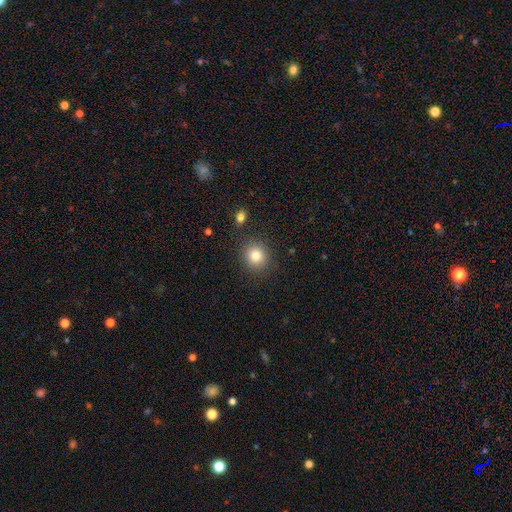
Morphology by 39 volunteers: smooth-or-featured: smooth: 82% | featured or disk: 10% | star or artifact: 8%
  how-rounded: round: 94% | in between: 6% | cigar-shaped: 0%
  merging: none: 83% | minor disturbance: 11% | major disturbance: 6% | merger: 0%